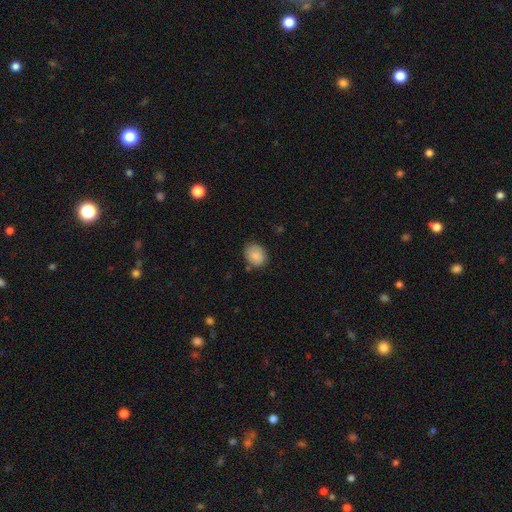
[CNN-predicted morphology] smooth_or_featured: smooth (p=0.84) [alt: featured or disk p=0.09]
how_rounded: round (p=0.57) [alt: in between p=0.42]
merging: none (p=0.78) [alt: minor disturbance p=0.16]